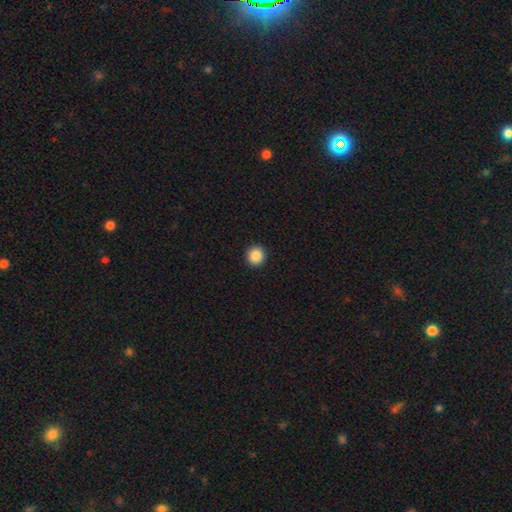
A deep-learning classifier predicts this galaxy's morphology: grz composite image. It shows a smooth galaxy with no disk features (88%) that is round (92%). Merging: none (93%).